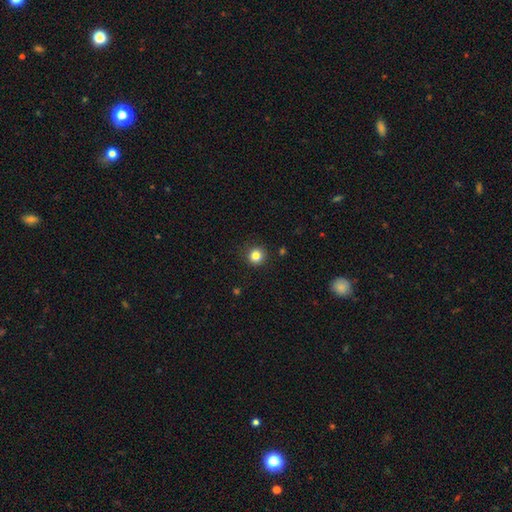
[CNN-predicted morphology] A smooth galaxy with no disk features (83%) that is round (91%). Merging: none (88%).